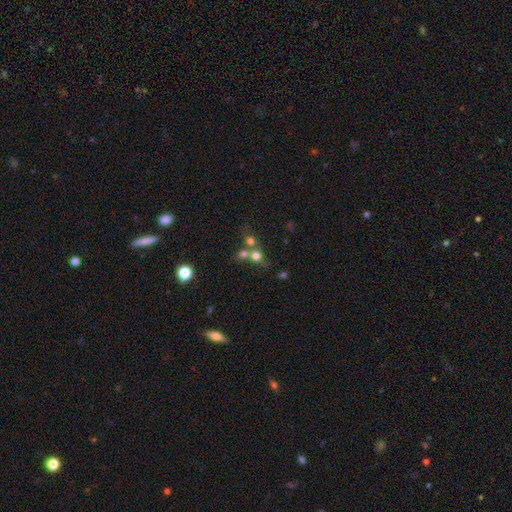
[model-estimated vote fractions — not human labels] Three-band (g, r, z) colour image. It shows a smooth galaxy with no disk features (66%) that is round (82%). Merging: merger (53%).